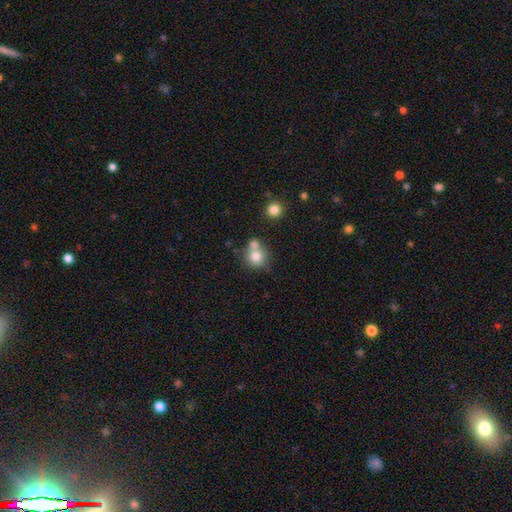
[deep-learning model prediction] Smooth or featured: smooth — 76% (featured or disk — 14%)
How rounded: round — 85% (in between — 14%)
Merging: none — 46% (merger — 40%)